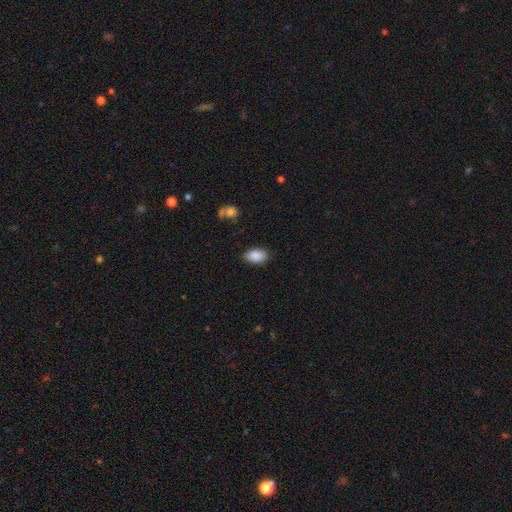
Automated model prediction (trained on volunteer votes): smooth-or-featured: smooth: 89% | star or artifact: 7% | featured or disk: 4%
  how-rounded: in between: 92% | round: 6% | cigar-shaped: 2%
  merging: none: 85% | minor disturbance: 11% | major disturbance: 2% | merger: 1%